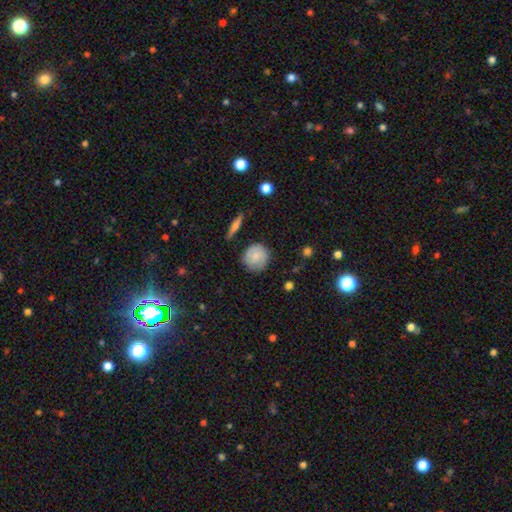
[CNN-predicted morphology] A smooth galaxy with no disk features (72%) that is round (90%). Merging: none (79%).